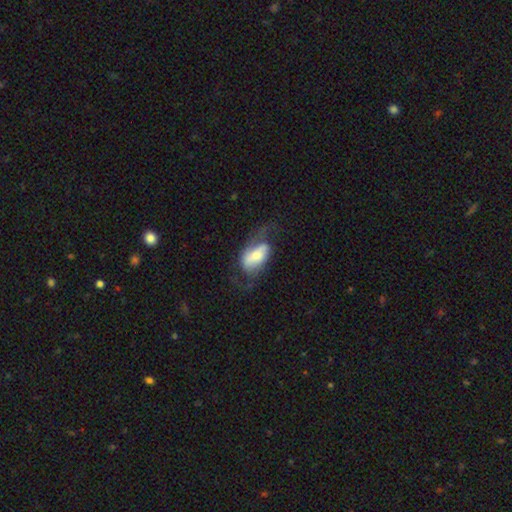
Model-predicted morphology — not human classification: This appears to be a featured or disk galaxy (56%) with no bar (38%), spiral arms (74%) and a moderate central bulge (44%). Merging: none (47%).